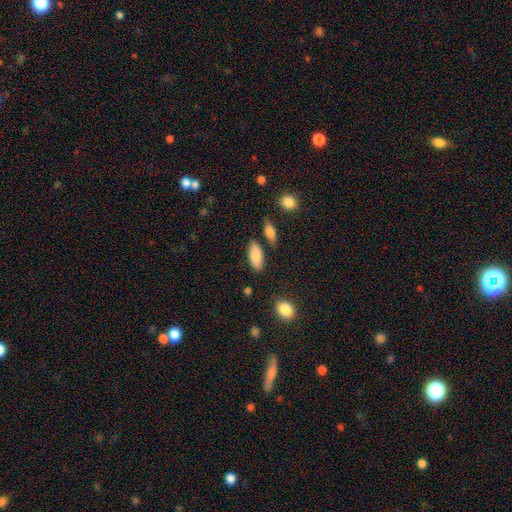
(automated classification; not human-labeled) Q: Smooth or featured?
A: smooth (87%); runner-up: featured or disk (6%)
Q: How rounded?
A: in between (87%); runner-up: cigar-shaped (10%)
Q: Merging?
A: none (80%); runner-up: minor disturbance (12%)